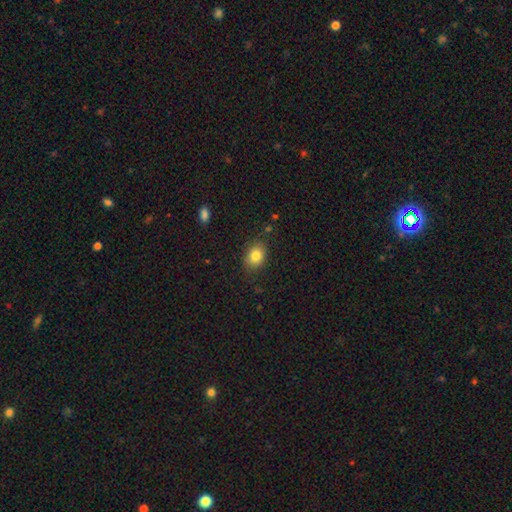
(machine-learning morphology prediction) Smooth or featured? Predicted: smooth (p=0.82). How rounded? Predicted: in between (p=0.59). Merging? Predicted: none (p=0.81).